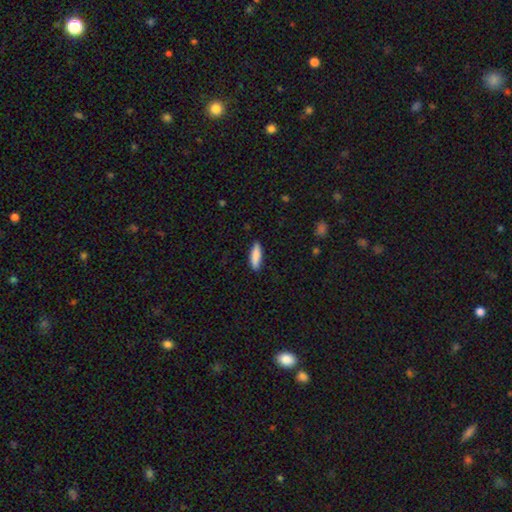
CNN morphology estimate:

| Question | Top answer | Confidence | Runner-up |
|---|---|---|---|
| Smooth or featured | smooth | 85% | featured or disk (9%) |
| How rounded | cigar-shaped | 59% | in between (40%) |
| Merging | none | 86% | minor disturbance (10%) |